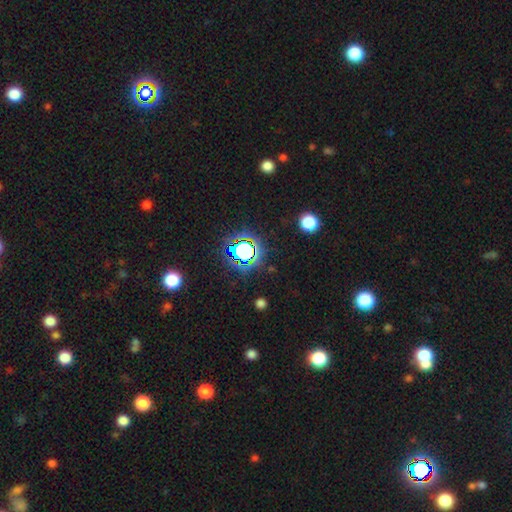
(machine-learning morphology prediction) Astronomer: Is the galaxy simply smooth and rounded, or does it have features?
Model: star or artifact — 78%.